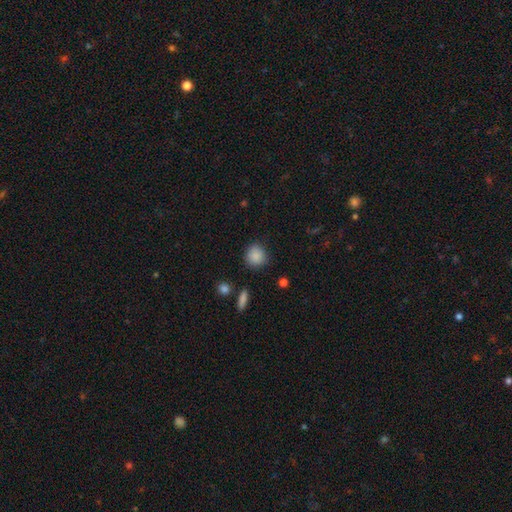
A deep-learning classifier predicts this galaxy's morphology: Smooth or featured?
  - smooth: 87% *
  - star or artifact: 9%
  - featured or disk: 4%
How rounded?
  - round: 88% *
  - in between: 11%
  - cigar-shaped: 1%
Merging?
  - none: 85% *
  - minor disturbance: 11%
  - major disturbance: 3%
  - merger: 2%